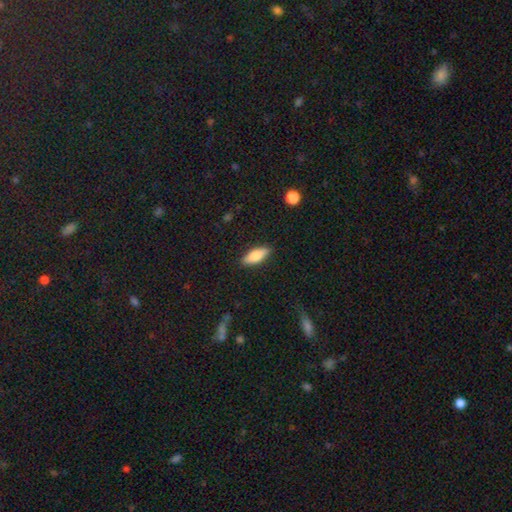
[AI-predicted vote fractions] A smooth galaxy with no disk features (75%) that is in between round and cigar-shaped (69%).

Vote fractions:
- Smooth or featured? smooth: 75% / featured or disk: 19% / star or artifact: 6%
- How rounded? in between: 69% / cigar-shaped: 29% / round: 2%
- Merging? none: 87% / minor disturbance: 9% / major disturbance: 2% / merger: 1%